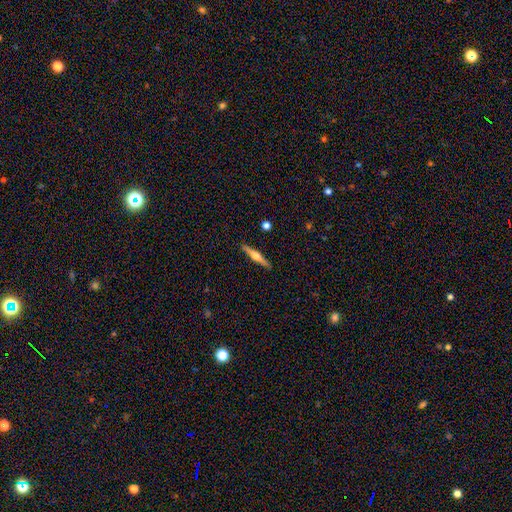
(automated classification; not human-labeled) featured or disk 63%, smooth 31%, star or artifact 6%. Down the decision tree: edge-on disk — yes (97%); edge-on bulge — rounded (90%); merging — none (90%).